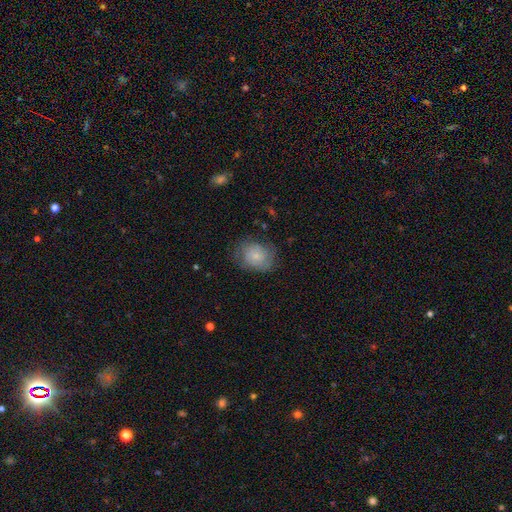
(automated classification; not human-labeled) A smooth galaxy with no disk features (67%) that is in between round and cigar-shaped (56%).

Vote fractions:
- Smooth or featured? smooth: 67% / featured or disk: 25% / star or artifact: 8%
- How rounded? in between: 56% / round: 43% / cigar-shaped: 1%
- Merging? none: 64% / minor disturbance: 24% / major disturbance: 10% / merger: 1%